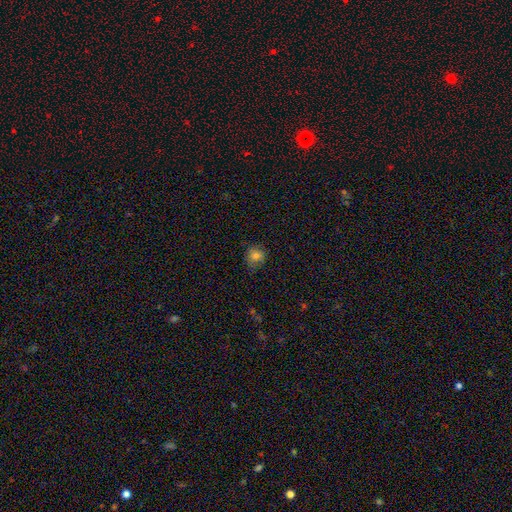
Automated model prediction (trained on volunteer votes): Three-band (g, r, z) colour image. It shows a smooth galaxy with no disk features (76%) that is round (74%). Merging: none (72%).